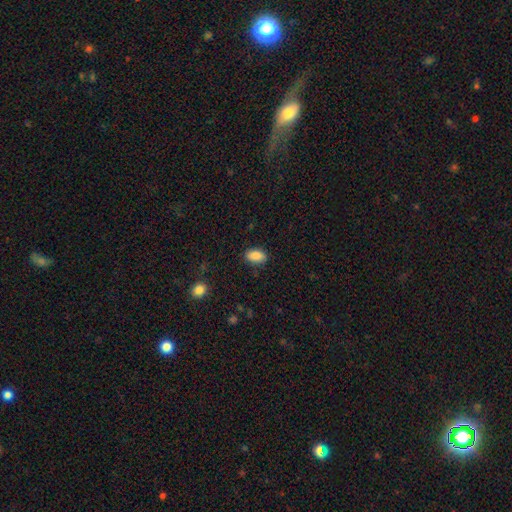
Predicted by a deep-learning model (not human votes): Smooth or featured: smooth — 89% (star or artifact — 7%)
How rounded: in between — 92% (round — 6%)
Merging: none — 87% (minor disturbance — 10%)